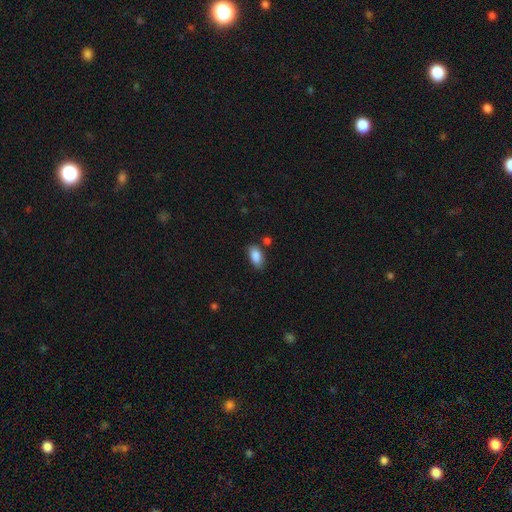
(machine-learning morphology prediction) A smooth galaxy with no disk features (87%) that is in between round and cigar-shaped (92%). Merging: none (74%).